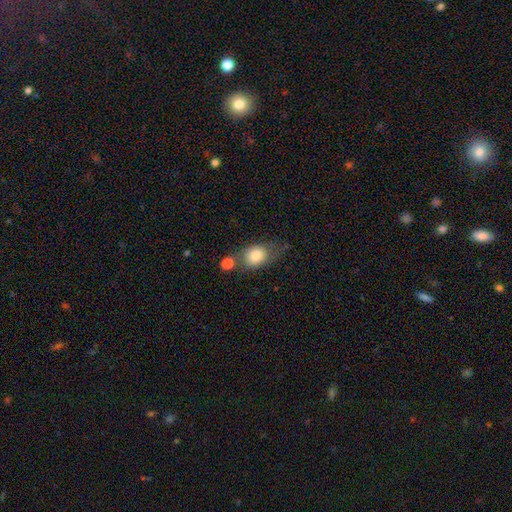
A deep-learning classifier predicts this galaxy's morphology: Overall: smooth (78%). How rounded: in between (58%; round 39%). Merging: none (40%; merger 31%).